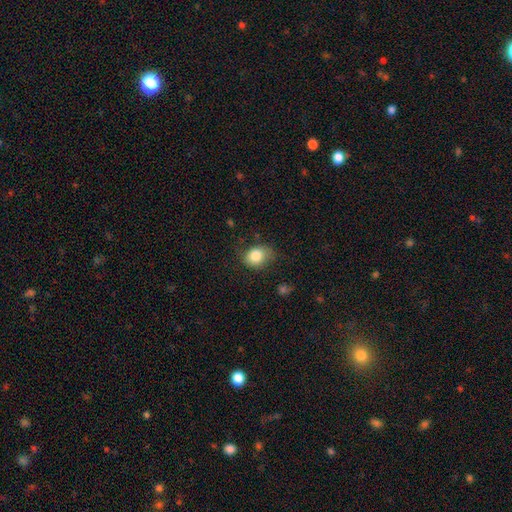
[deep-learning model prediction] Q: Smooth or featured?
A: smooth (84%); runner-up: star or artifact (9%)
Q: How rounded?
A: in between (55%); runner-up: round (44%)
Q: Merging?
A: none (64%); runner-up: minor disturbance (26%)